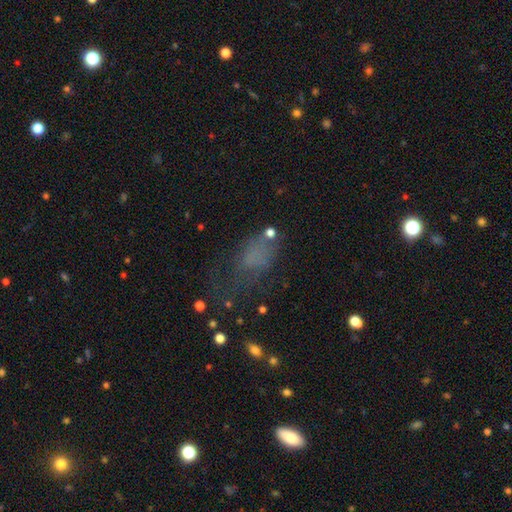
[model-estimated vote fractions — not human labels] Smooth or featured? smooth (56%)
How rounded? in between (83%)
Merging? major disturbance (38%)